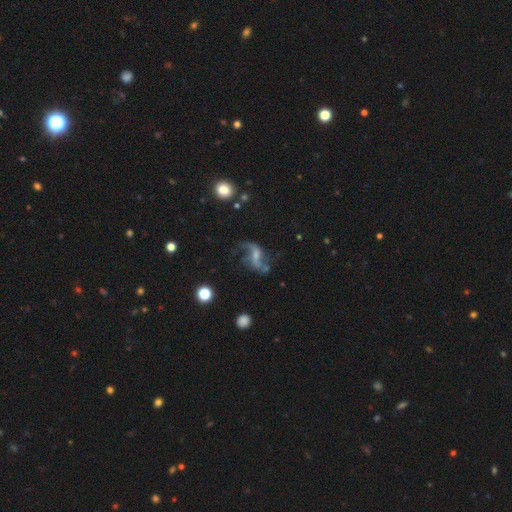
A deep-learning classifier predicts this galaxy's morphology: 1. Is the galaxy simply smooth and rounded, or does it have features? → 79% featured or disk, 12% smooth, 10% star or artifact.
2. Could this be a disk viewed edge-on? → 96% no, 4% yes.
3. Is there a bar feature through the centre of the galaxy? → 43% weak, 33% no, 24% strong.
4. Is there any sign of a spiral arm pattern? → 90% yes, 10% no.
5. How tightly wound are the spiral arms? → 88% loose, 9% medium, 2% tight.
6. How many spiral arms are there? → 88% 2, 5% 1, 3% can't tell, 2% 3, 1% 4, 1% more than 4.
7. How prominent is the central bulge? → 43% small, 26% none, 25% moderate, 4% large, 2% dominant.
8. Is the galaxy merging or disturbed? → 52% none, 22% major disturbance, 19% minor disturbance, 7% merger.